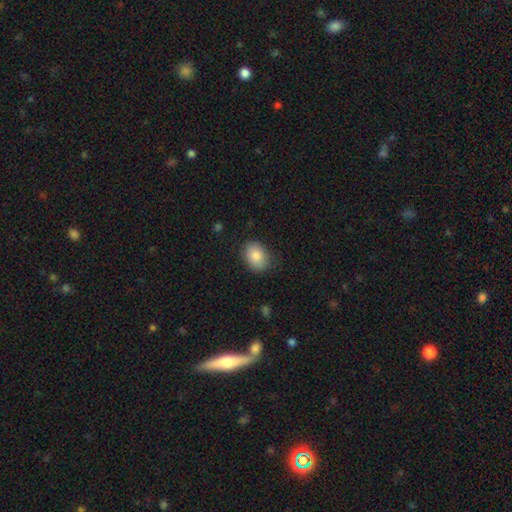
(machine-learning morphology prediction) Smooth or featured: smooth — 85% (featured or disk — 8%)
How rounded: in between — 67% (round — 32%)
Merging: none — 82% (minor disturbance — 14%)